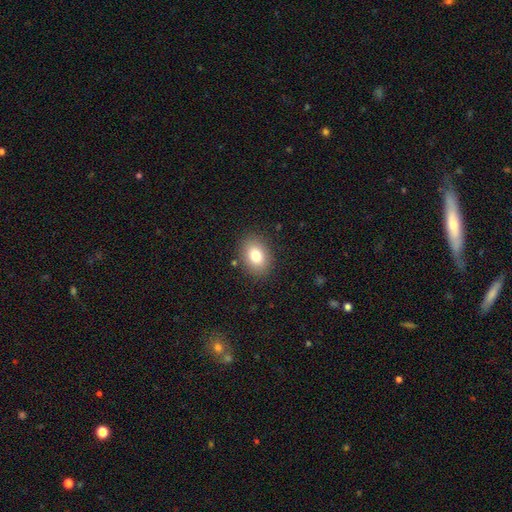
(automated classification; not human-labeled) This is likely a smooth galaxy (80%). How rounded: likely in between (72%). Merging: clearly none (86%).